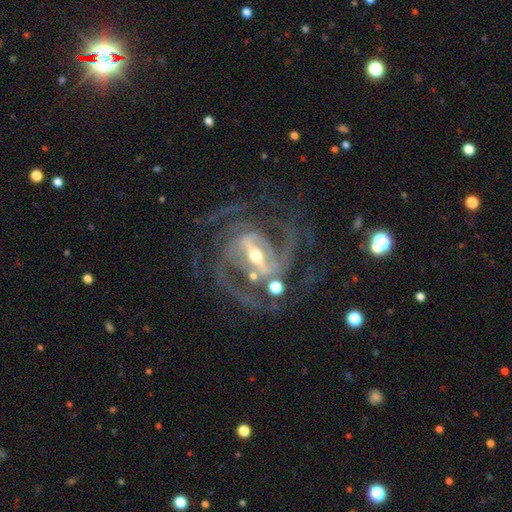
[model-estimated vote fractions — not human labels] Smooth or featured? featured or disk (92%)
Edge-on disk? no (96%)
Bar? strong (78%)
Spiral arms? yes (97%)
Spiral winding? medium (50%)
Spiral arm count? 2 (41%)
Bulge size? moderate (53%)
Merging? none (62%)